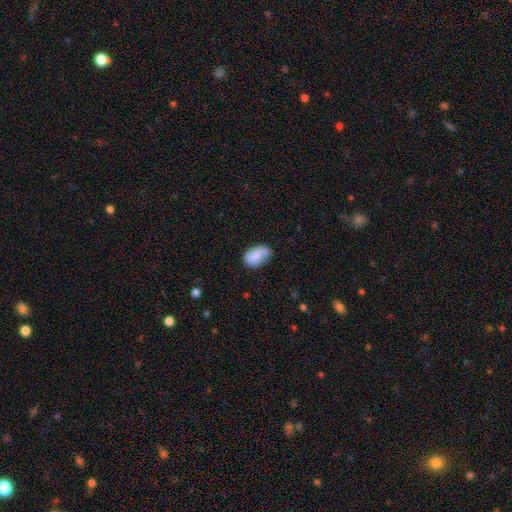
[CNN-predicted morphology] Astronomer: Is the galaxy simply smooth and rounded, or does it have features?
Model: smooth — 82%.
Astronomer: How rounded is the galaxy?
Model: in between — 89%.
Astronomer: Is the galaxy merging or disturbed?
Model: none — 61%.